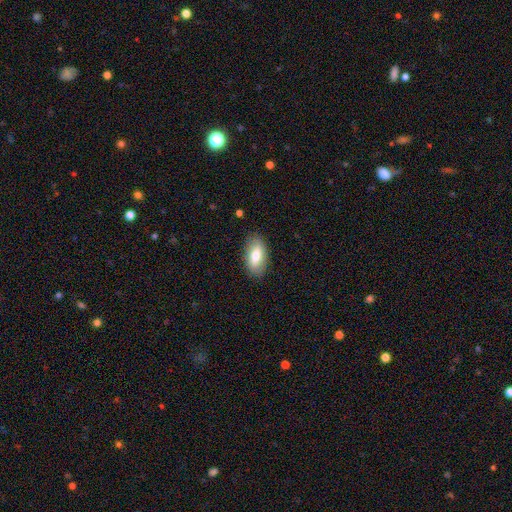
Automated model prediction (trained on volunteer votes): This appears to be a smooth galaxy with no disk features (73%) that is in between round and cigar-shaped (91%). Merging: none (85%).